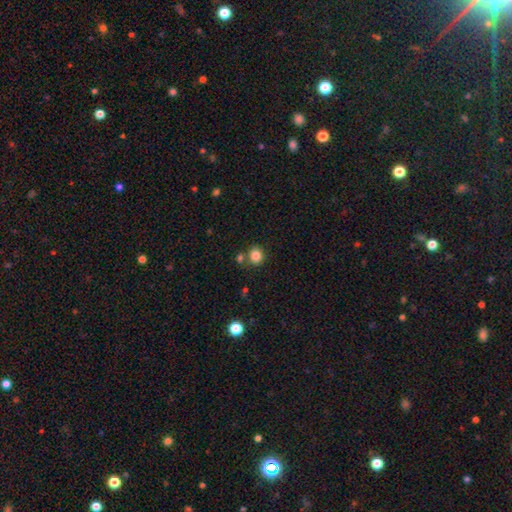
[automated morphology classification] A smooth galaxy with no disk features (84%) that is round (72%). Merging: none (72%).